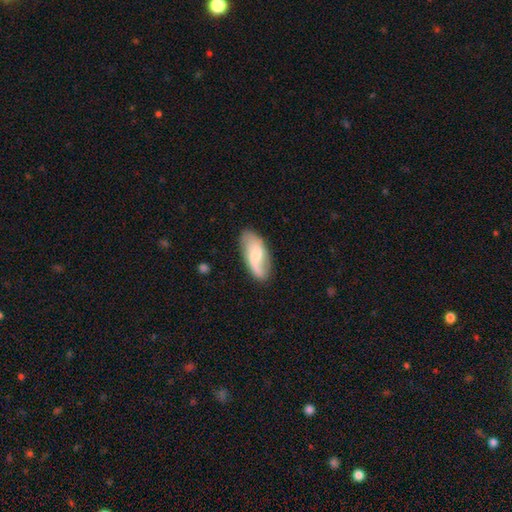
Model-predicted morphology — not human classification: Q: Smooth or featured?
A: featured or disk (55%); runner-up: smooth (39%)
Q: Edge-on disk?
A: no (93%); runner-up: yes (7%)
Q: Bar?
A: weak (50%); runner-up: no (33%)
Q: Spiral arms?
A: yes (88%); runner-up: no (12%)
Q: Bulge size?
A: moderate (38%); runner-up: small (34%)
Q: Merging?
A: none (76%); runner-up: minor disturbance (17%)